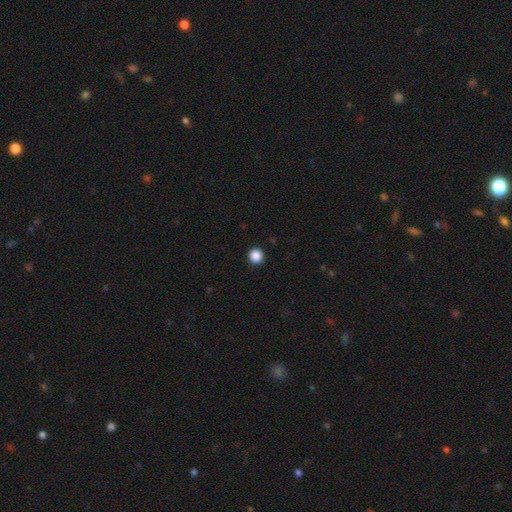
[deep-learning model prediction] Smooth or featured?
  - smooth: 88% *
  - star or artifact: 10%
  - featured or disk: 2%
How rounded?
  - round: 94% *
  - in between: 5%
  - cigar-shaped: 1%
Merging?
  - none: 93% *
  - minor disturbance: 4%
  - major disturbance: 1%
  - merger: 1%